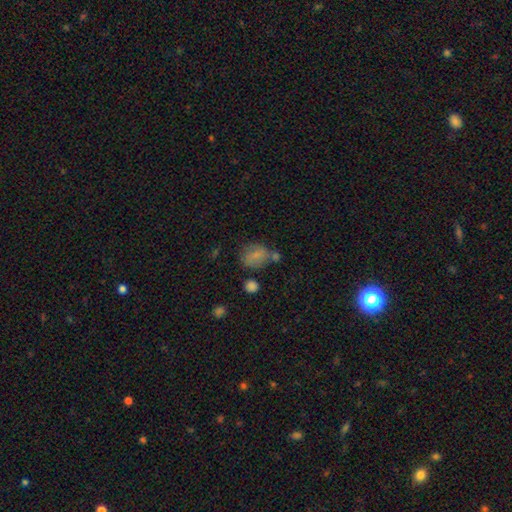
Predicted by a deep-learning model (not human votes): Smooth or featured? smooth (72%)
How rounded? round (53%)
Merging? none (51%)